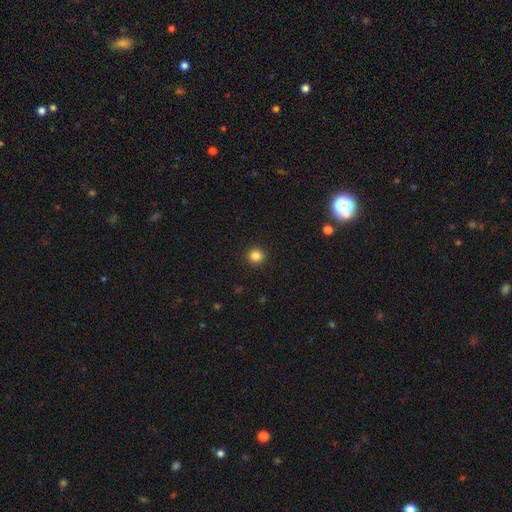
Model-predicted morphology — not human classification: Smooth or featured? smooth (83%)
How rounded? round (95%)
Merging? none (93%)